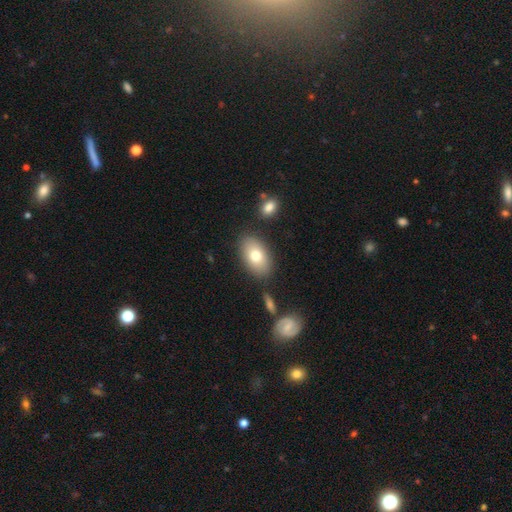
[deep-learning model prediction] smooth_or_featured: smooth (p=0.75) [alt: featured or disk p=0.18]
how_rounded: in between (p=0.91) [alt: round p=0.08]
merging: none (p=0.81) [alt: minor disturbance p=0.12]